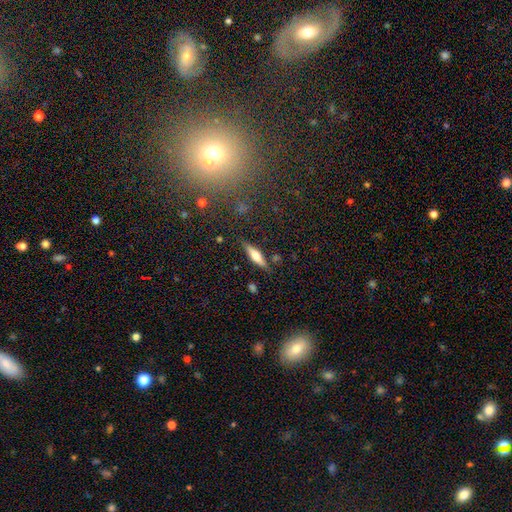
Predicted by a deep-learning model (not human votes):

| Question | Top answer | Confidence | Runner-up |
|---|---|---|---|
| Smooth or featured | smooth | 48% | featured or disk (45%) |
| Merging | none | 83% | minor disturbance (12%) |